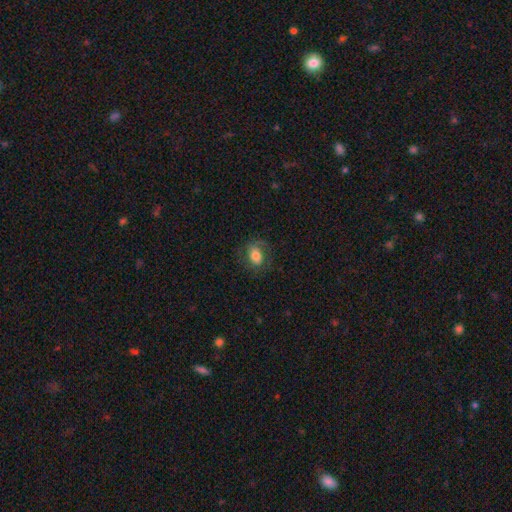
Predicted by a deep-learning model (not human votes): Smooth or featured: smooth — 62% (featured or disk — 29%)
How rounded: in between — 67% (round — 32%)
Merging: none — 68% (minor disturbance — 18%)